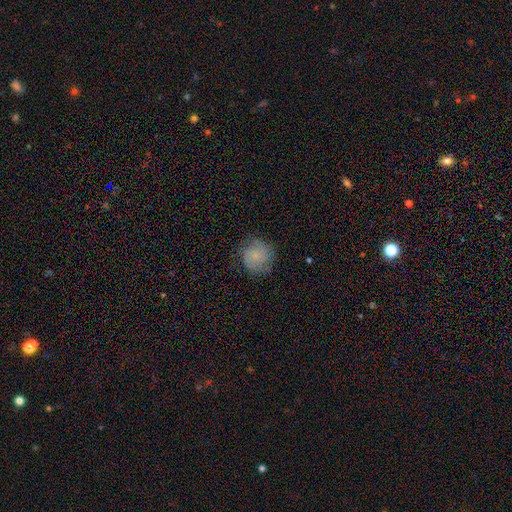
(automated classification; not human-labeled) A smooth galaxy with no disk features (58%) that is round (88%).

Vote fractions:
- Smooth or featured? smooth: 58% / featured or disk: 34% / star or artifact: 9%
- How rounded? round: 88% / in between: 11% / cigar-shaped: 1%
- Merging? none: 71% / minor disturbance: 20% / major disturbance: 8% / merger: 1%